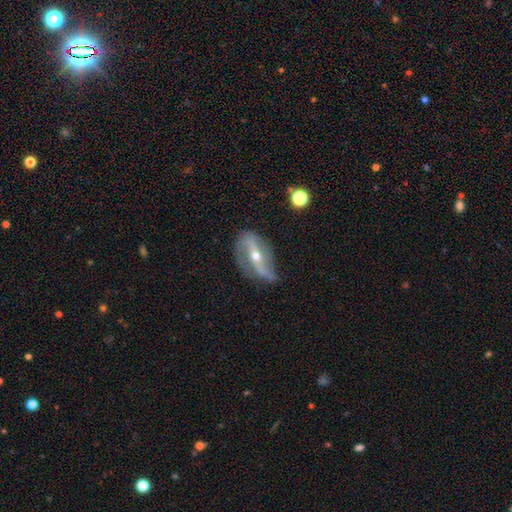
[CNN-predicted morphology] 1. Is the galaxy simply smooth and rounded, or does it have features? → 82% featured or disk, 12% smooth, 6% star or artifact.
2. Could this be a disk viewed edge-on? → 87% no, 13% yes.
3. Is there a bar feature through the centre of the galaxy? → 59% strong, 21% weak, 19% no.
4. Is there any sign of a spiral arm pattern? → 87% yes, 13% no.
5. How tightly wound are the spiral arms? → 69% loose, 21% medium, 10% tight.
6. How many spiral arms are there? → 85% 2, 6% 1, 6% can't tell, 1% 3, 1% 4, 1% more than 4.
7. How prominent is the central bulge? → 49% moderate, 48% small, 1% large, 1% none, 1% dominant.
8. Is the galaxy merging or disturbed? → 59% none, 27% minor disturbance, 11% major disturbance, 2% merger.